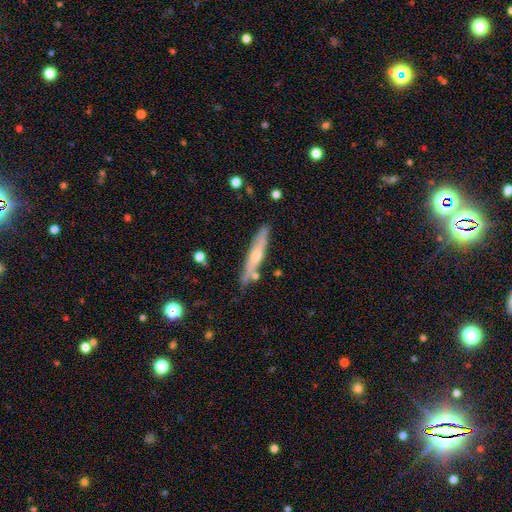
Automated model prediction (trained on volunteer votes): Smooth or featured: featured or disk — 56% (smooth — 38%)
Edge-on disk: yes — 89% (no — 11%)
Merging: none — 78% (minor disturbance — 15%)